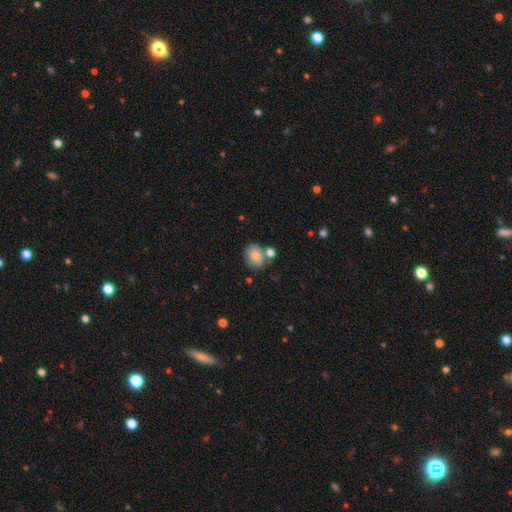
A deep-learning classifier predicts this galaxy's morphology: Smooth or featured? smooth (81%)
How rounded? in between (55%)
Merging? none (59%)